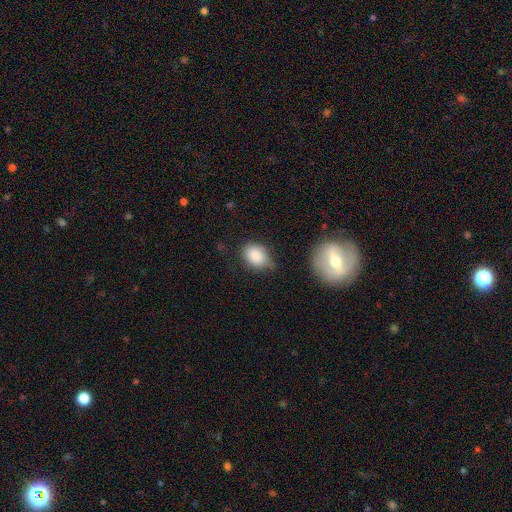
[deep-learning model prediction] Smooth or featured? Predicted: smooth (p=0.85). How rounded? Predicted: in between (p=0.63). Merging? Predicted: none (p=0.55).